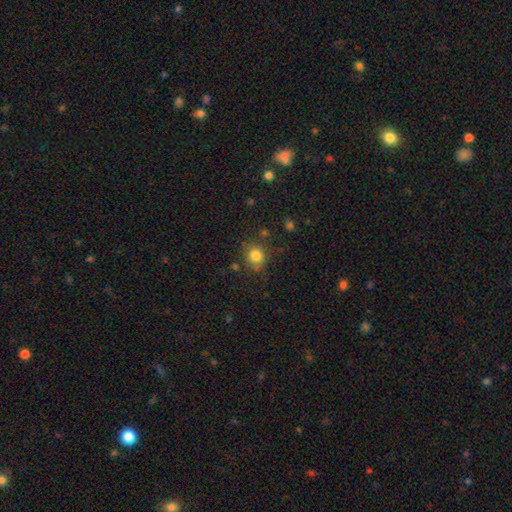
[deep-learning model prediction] Smooth or featured? smooth (82%)
How rounded? round (80%)
Merging? none (77%)